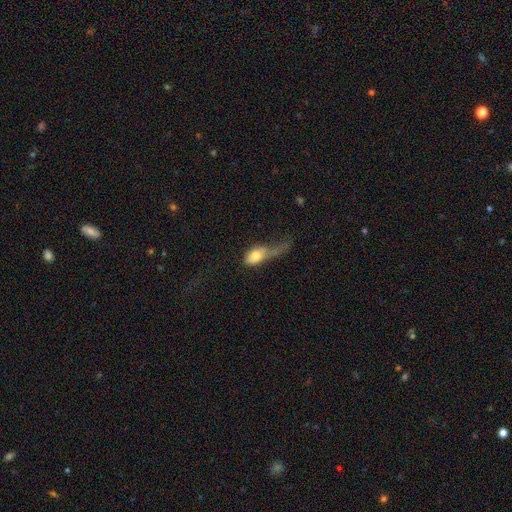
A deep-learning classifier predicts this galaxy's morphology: This appears to be a smooth galaxy with no disk features (70%) that is in between round and cigar-shaped (81%). Merging: major disturbance (61%).